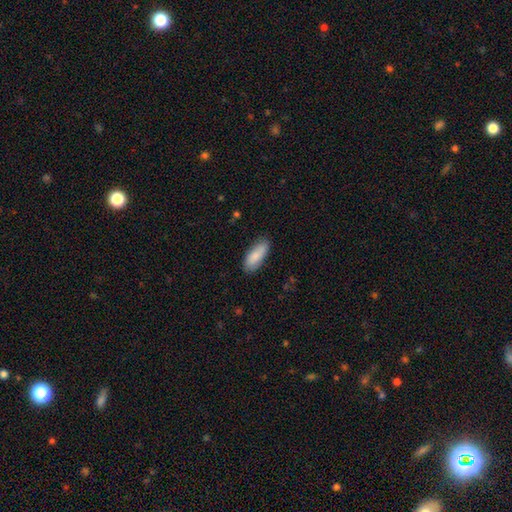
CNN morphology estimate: type=smooth (86%); roundness=in between (77%); merging=none (81%).